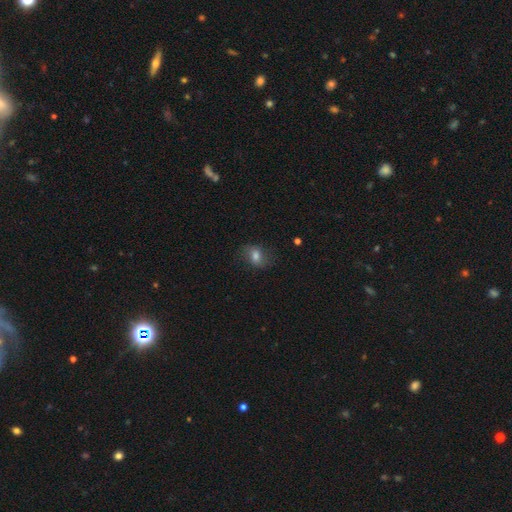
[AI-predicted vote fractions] smooth-or-featured: smooth: 66% | featured or disk: 23% | star or artifact: 11%
  how-rounded: in between: 67% | round: 32% | cigar-shaped: 2%
  merging: none: 68% | minor disturbance: 20% | major disturbance: 10% | merger: 1%